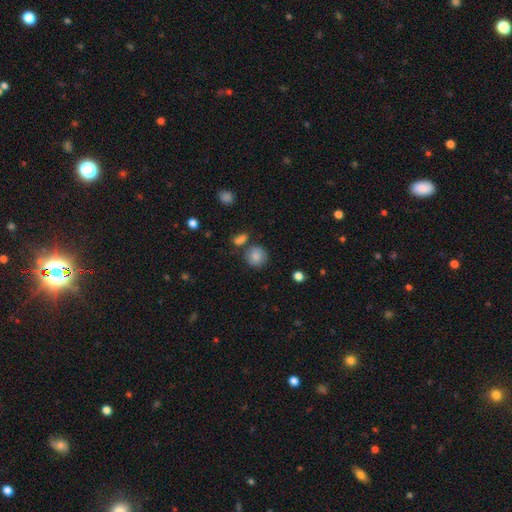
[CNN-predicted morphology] Overall: smooth (84%). How rounded: round (88%). Merging: none (72%).